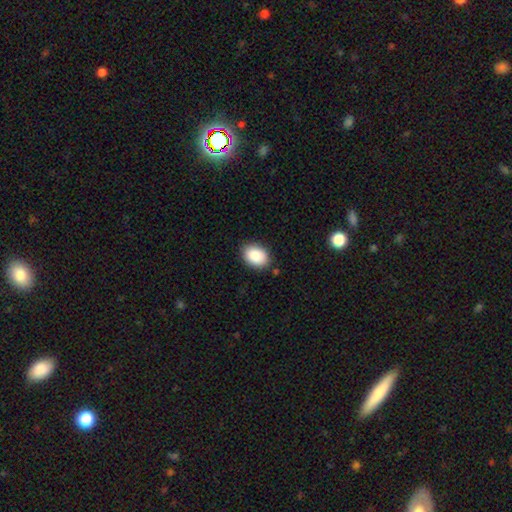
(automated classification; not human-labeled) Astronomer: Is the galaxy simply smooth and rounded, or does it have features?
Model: smooth — 89%.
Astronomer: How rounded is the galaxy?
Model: in between — 76%.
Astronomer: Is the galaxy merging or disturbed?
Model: none — 86%.